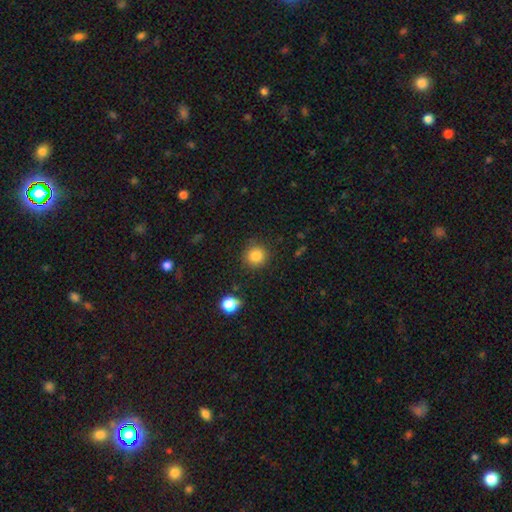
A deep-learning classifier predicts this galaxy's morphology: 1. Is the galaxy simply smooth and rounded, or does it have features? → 85% smooth, 11% star or artifact, 4% featured or disk.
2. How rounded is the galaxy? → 92% round, 7% in between, 1% cigar-shaped.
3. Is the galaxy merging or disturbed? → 87% none, 8% minor disturbance, 3% major disturbance, 2% merger.